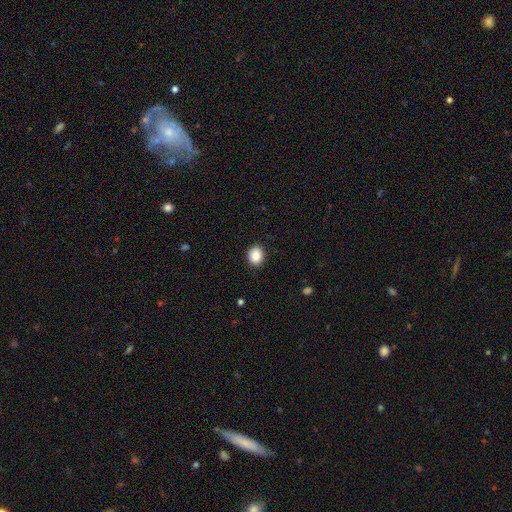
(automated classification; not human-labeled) smooth_or_featured: smooth (p=0.88) [alt: star or artifact p=0.08]
how_rounded: round (p=0.62) [alt: in between p=0.37]
merging: none (p=0.89) [alt: minor disturbance p=0.08]